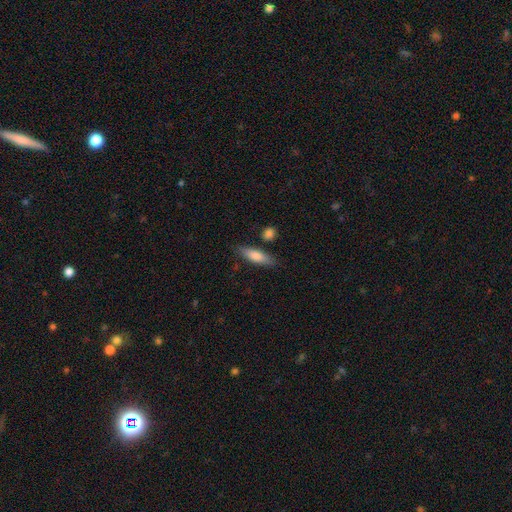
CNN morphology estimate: Smooth or featured?
  - smooth: 74% *
  - featured or disk: 20%
  - star or artifact: 6%
How rounded?
  - cigar-shaped: 63% *
  - in between: 35%
  - round: 2%
Merging?
  - none: 80% *
  - minor disturbance: 12%
  - merger: 5%
  - major disturbance: 3%